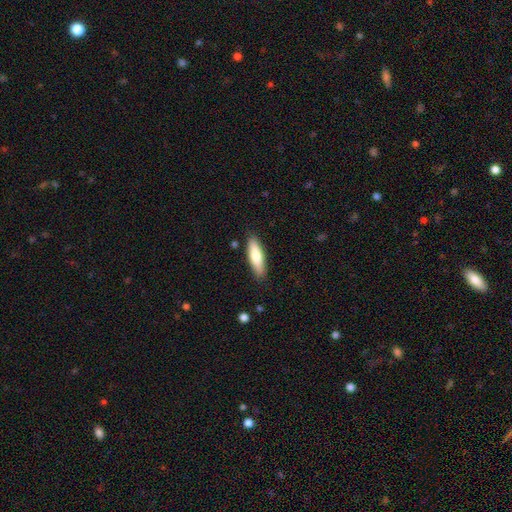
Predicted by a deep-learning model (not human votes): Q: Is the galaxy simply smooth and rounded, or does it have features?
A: smooth — 75%.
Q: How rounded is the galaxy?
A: cigar-shaped — 58%.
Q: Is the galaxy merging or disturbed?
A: none — 86%.